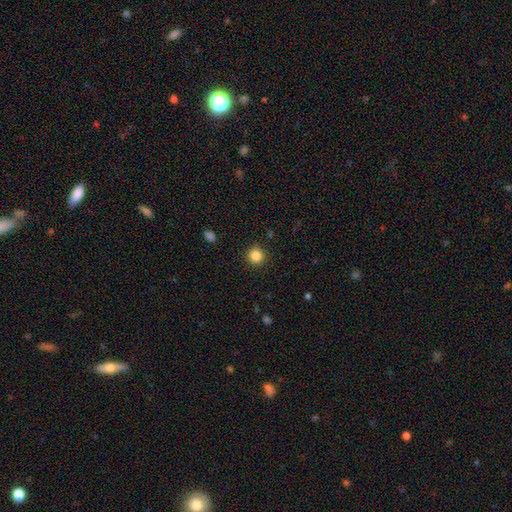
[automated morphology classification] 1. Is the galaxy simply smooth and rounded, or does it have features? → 85% smooth, 11% star or artifact, 4% featured or disk.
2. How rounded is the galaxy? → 94% round, 5% in between, 1% cigar-shaped.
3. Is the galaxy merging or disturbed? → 92% none, 5% minor disturbance, 2% major disturbance, 1% merger.